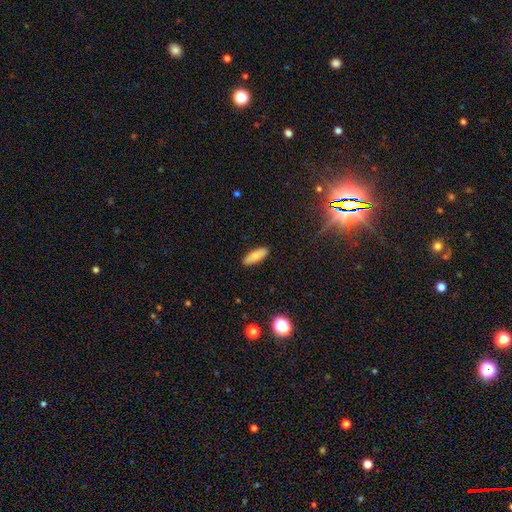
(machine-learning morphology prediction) smooth_or_featured: smooth (p=0.85) [alt: featured or disk p=0.08]
how_rounded: in between (p=0.67) [alt: cigar-shaped p=0.31]
merging: none (p=0.90) [alt: minor disturbance p=0.08]